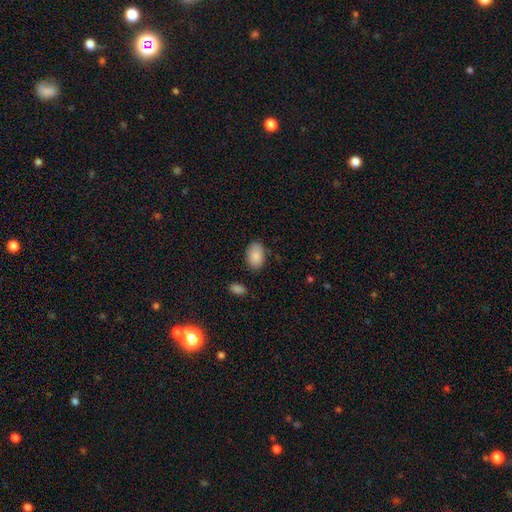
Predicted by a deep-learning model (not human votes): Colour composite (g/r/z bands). It shows a smooth galaxy with no disk features (87%) that is in between round and cigar-shaped (88%). Merging: none (80%).